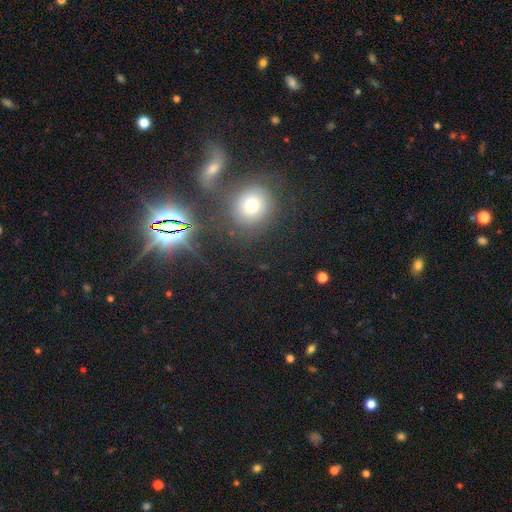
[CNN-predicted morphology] A star or artifact, not a galaxy (50%).